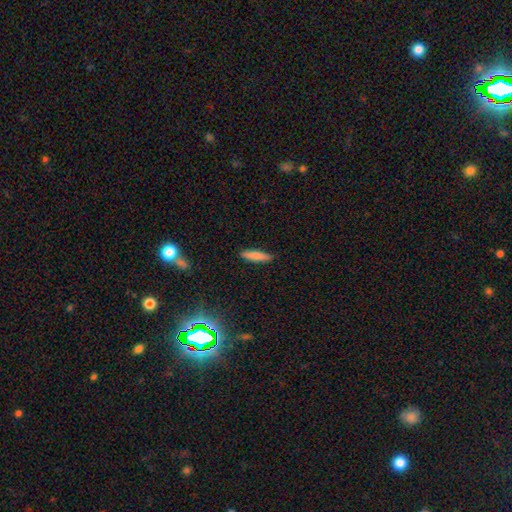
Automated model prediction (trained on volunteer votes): Smooth or featured? smooth (80%)
How rounded? cigar-shaped (80%)
Merging? none (89%)